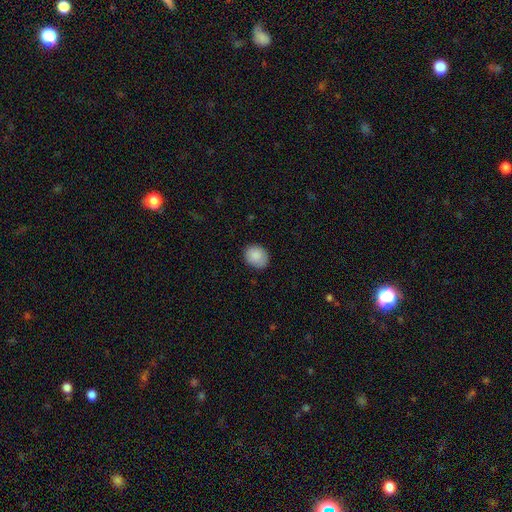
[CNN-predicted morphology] smooth-or-featured: smooth: 88% | star or artifact: 7% | featured or disk: 5%
  how-rounded: round: 58% | in between: 41% | cigar-shaped: 1%
  merging: none: 83% | minor disturbance: 13% | major disturbance: 3% | merger: 1%